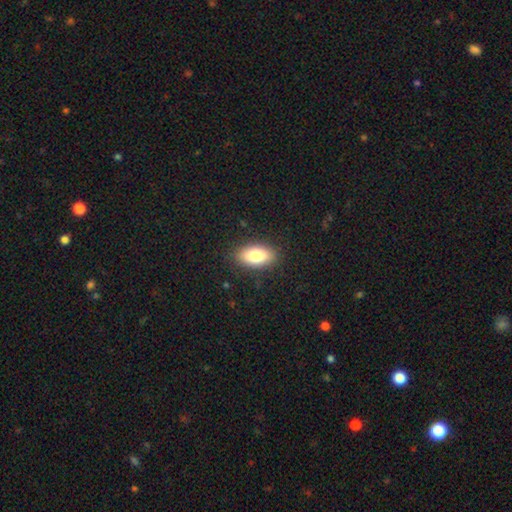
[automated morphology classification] A smooth galaxy with no disk features (81%) that is in between round and cigar-shaped (91%).

Vote fractions:
- Smooth or featured? smooth: 81% / featured or disk: 12% / star or artifact: 7%
- How rounded? in between: 91% / cigar-shaped: 5% / round: 4%
- Merging? none: 88% / minor disturbance: 9% / major disturbance: 3% / merger: 1%